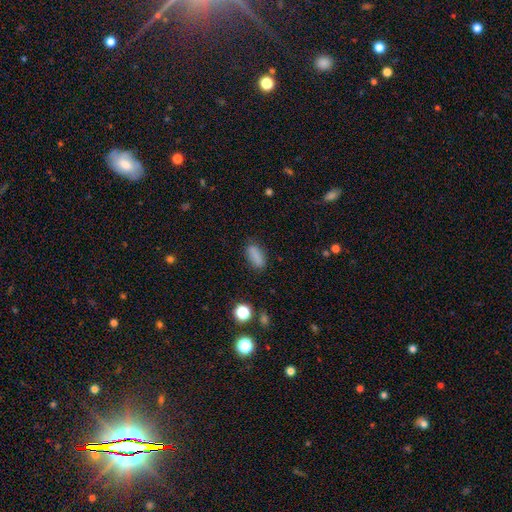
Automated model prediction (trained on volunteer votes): A smooth galaxy with no disk features (82%) that is in between round and cigar-shaped (74%).

Vote fractions:
- Smooth or featured? smooth: 82% / star or artifact: 11% / featured or disk: 6%
- How rounded? in between: 74% / cigar-shaped: 21% / round: 5%
- Merging? none: 80% / minor disturbance: 14% / major disturbance: 4% / merger: 2%